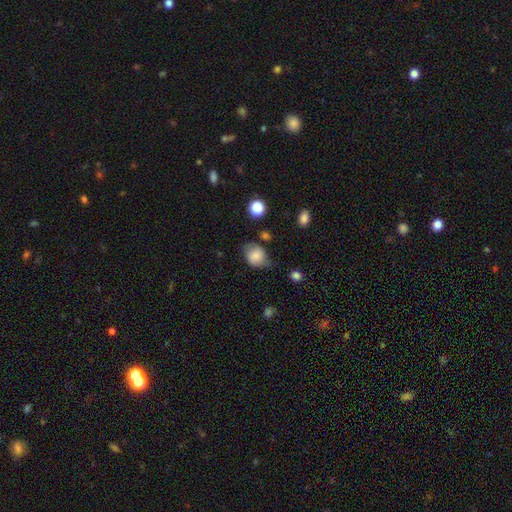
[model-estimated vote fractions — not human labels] This is likely a smooth galaxy (77%). How rounded: possibly round (55%). Merging: possibly none (56%).